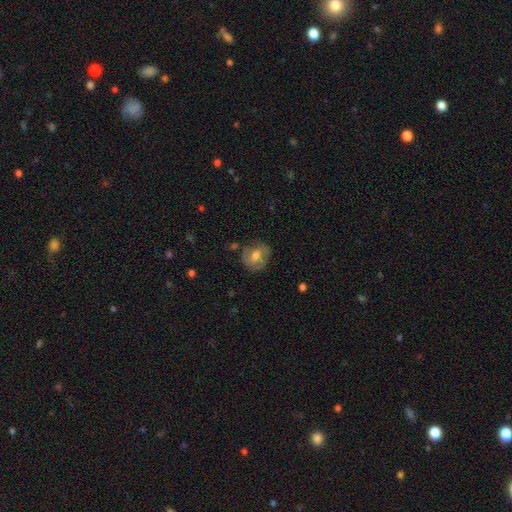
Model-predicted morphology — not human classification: A smooth galaxy with no disk features (46%, tied with featured or disk). Merging: none (69%).